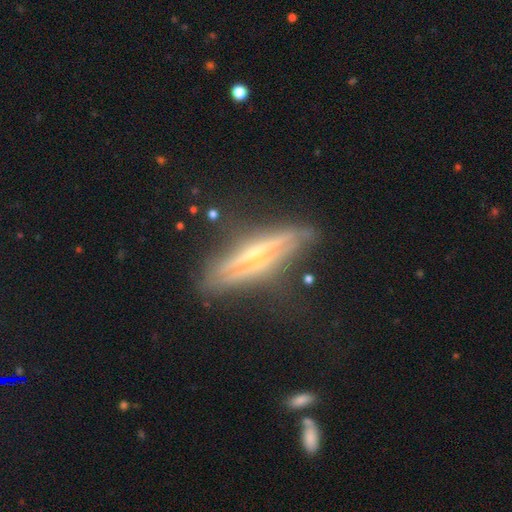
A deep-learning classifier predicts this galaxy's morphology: This is clearly a featured or disk galaxy (80%). It is clearly viewed edge-on (94%). Edge-on bulge: likely rounded (63%). Merging: likely none (77%).